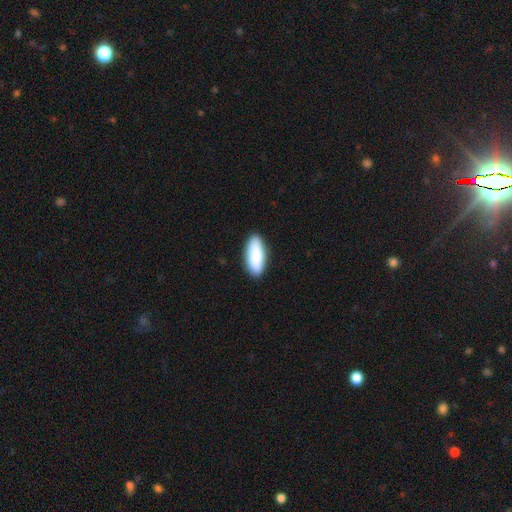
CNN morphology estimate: A smooth galaxy with no disk features (87%) that is in between round and cigar-shaped (73%). Merging: none (88%).